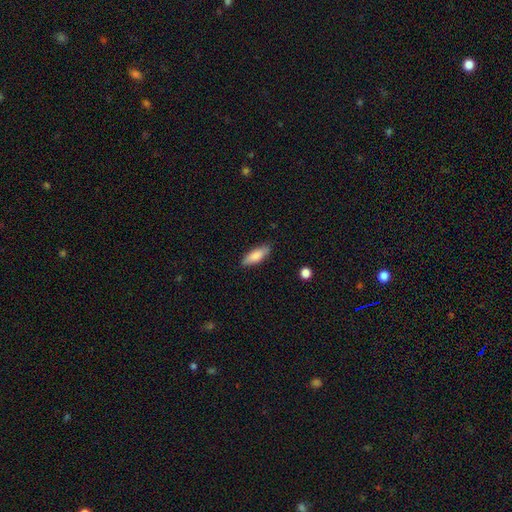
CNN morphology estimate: smooth 82%, featured or disk 12%, star or artifact 6%. Down the decision tree: how rounded — in between (63%); merging — none (85%).